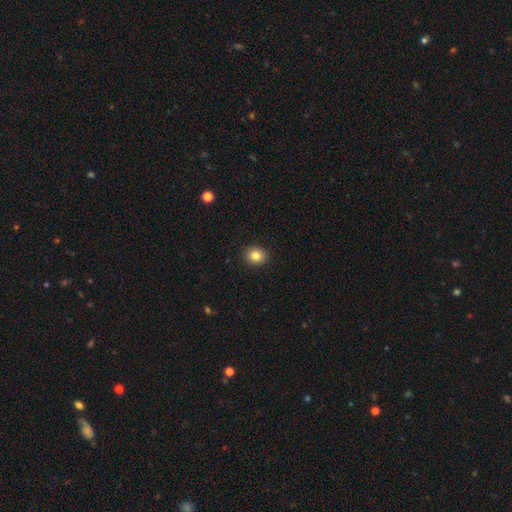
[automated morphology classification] smooth 84%, star or artifact 10%, featured or disk 6%. Down the decision tree: how rounded — round (79%); merging — none (92%).